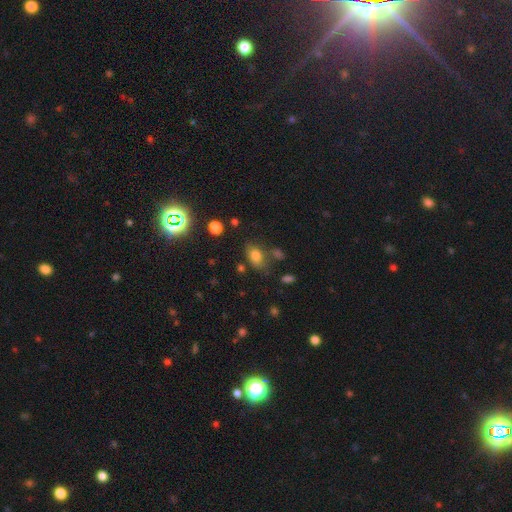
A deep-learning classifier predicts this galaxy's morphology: Q: Smooth or featured?
A: smooth (77%); runner-up: star or artifact (12%)
Q: How rounded?
A: in between (83%); runner-up: round (14%)
Q: Merging?
A: none (64%); runner-up: minor disturbance (20%)